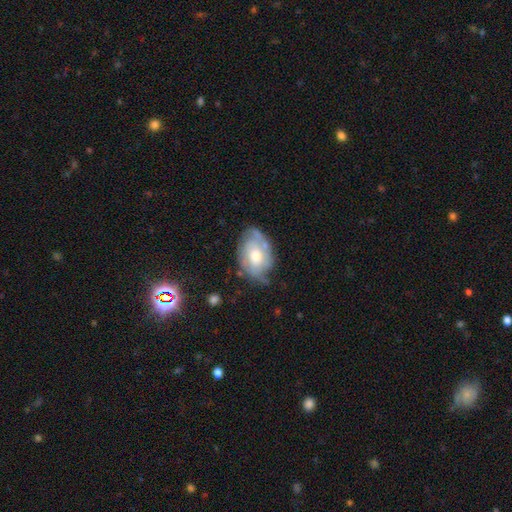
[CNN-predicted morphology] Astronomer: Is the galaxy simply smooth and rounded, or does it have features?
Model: featured or disk — 68%.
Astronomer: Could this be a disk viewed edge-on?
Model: no — 95%.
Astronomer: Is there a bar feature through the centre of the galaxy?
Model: no — 74%.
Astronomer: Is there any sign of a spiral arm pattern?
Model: yes — 80%.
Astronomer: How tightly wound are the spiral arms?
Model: tight — 52% (runner-up: medium, 34%).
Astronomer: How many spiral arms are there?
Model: can't tell — 39% (runner-up: 2, 38%).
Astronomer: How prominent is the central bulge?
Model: moderate — 67%.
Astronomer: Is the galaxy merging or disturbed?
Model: none — 60%.